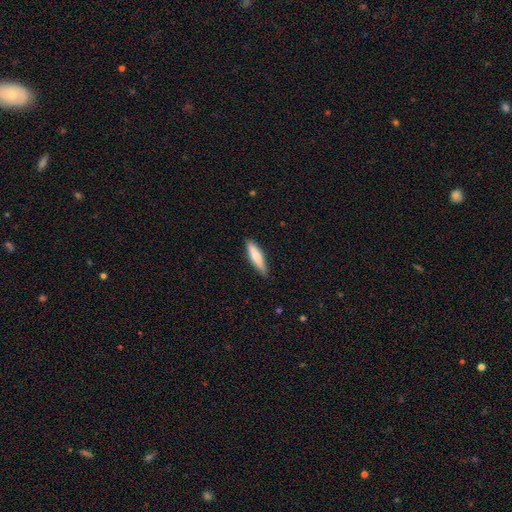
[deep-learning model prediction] This is likely a smooth galaxy (70%). How rounded: likely cigar-shaped (76%). Merging: clearly none (87%).